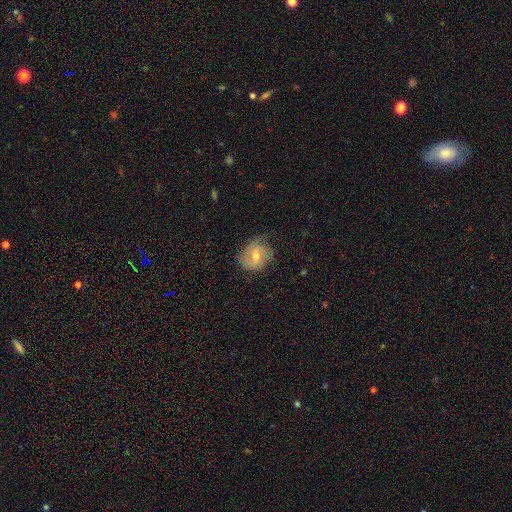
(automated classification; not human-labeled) This appears to be a featured or disk galaxy (59%) with a weak bar (48%), spiral arms (83%) and a moderate central bulge (62%). Merging: none (59%).